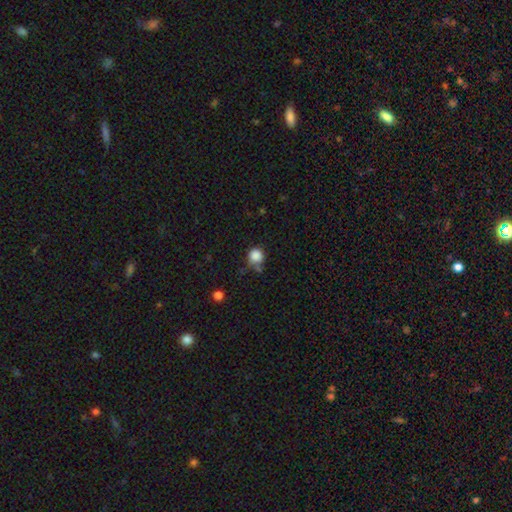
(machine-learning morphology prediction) This appears to be a smooth galaxy with no disk features (85%) that is round (89%). Merging: none (58%).